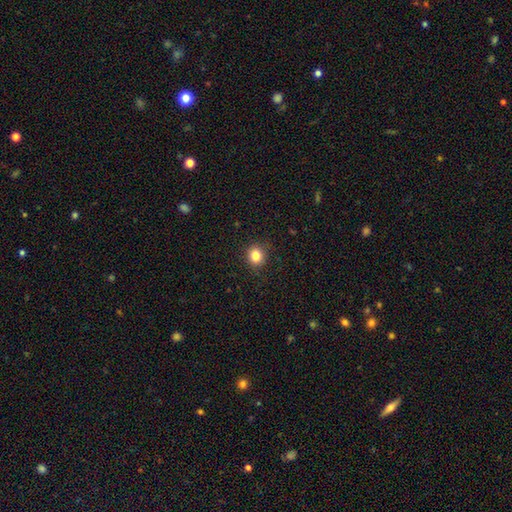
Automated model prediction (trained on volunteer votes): Morphology: type=smooth (83%); roundness=round (79%); merging=none (89%).